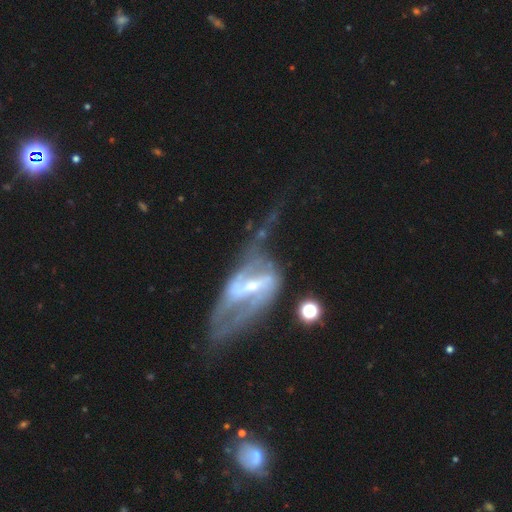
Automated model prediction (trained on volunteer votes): A featured or disk galaxy (86%) with a strong bar (61%), 2 (80%) loose (44%) spiral arms (87%) and a small central bulge (59%).

Vote fractions:
- Smooth or featured? featured or disk: 86% / smooth: 7% / star or artifact: 6%
- Edge-on disk? no: 92% / yes: 8%
- Bar? strong: 61% / weak: 29% / no: 10%
- Spiral arms? yes: 87% / no: 13%
- Spiral winding? loose: 44% / medium: 39% / tight: 17%
- Spiral arm count? 2: 80% / can't tell: 10% / 1: 5% / 3: 2% / 4: 1% / more than 4: 1%
- Bulge size? small: 59% / moderate: 33% / none: 4% / large: 3% / dominant: 1%
- Merging? none: 37% / major disturbance: 35% / minor disturbance: 20% / merger: 8%